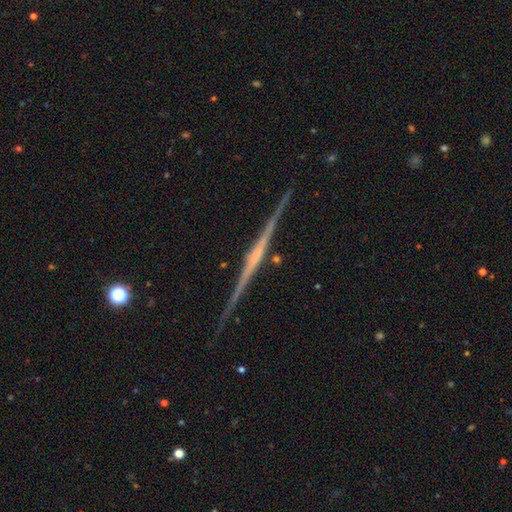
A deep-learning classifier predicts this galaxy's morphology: Smooth or featured?
  - featured or disk: 86% *
  - smooth: 9%
  - star or artifact: 6%
Edge-on disk?
  - yes: 99% *
  - no: 1%
Edge-on bulge?
  - rounded: 41% *
  - none: 38%
  - boxy: 21%
Merging?
  - none: 89% *
  - minor disturbance: 7%
  - major disturbance: 2%
  - merger: 1%